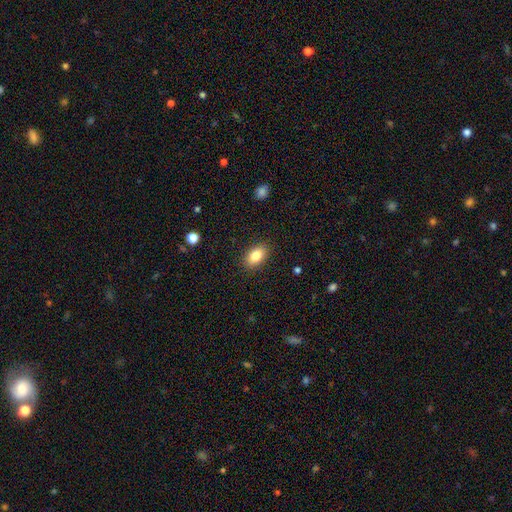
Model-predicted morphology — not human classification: smooth-or-featured: smooth: 84% | featured or disk: 8% | star or artifact: 8%
  how-rounded: in between: 90% | round: 9% | cigar-shaped: 2%
  merging: none: 88% | minor disturbance: 9% | major disturbance: 2% | merger: 1%